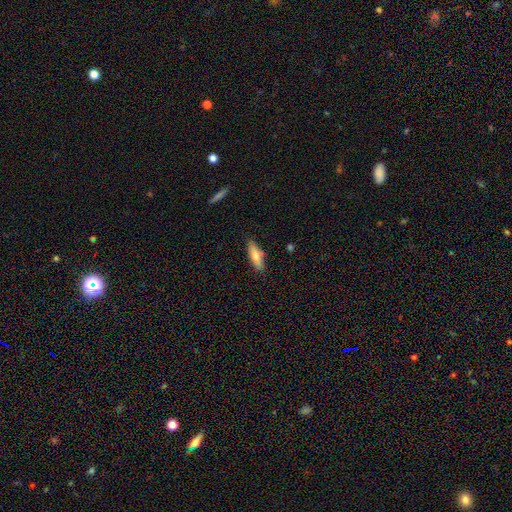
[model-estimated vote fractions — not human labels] Q: Smooth or featured?
A: smooth (74%); runner-up: featured or disk (20%)
Q: How rounded?
A: cigar-shaped (49%); runner-up: in between (48%)
Q: Merging?
A: none (81%); runner-up: minor disturbance (14%)